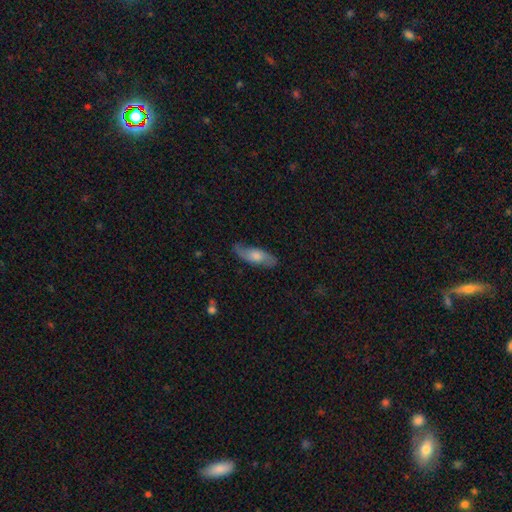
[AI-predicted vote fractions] The model was most divided on "smooth or featured": smooth: 48%, featured or disk: 47%, star or artifact: 6%. More confident: merging — none (76%).